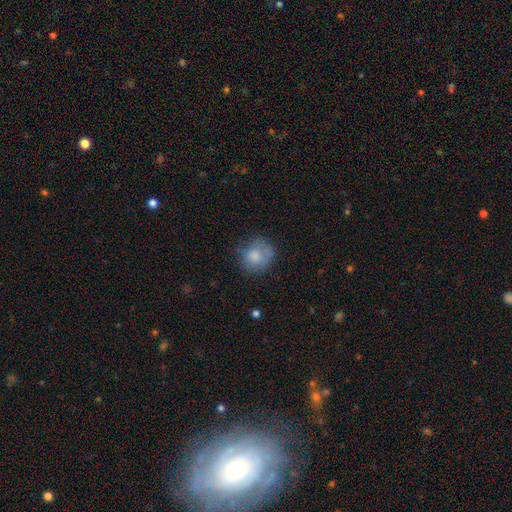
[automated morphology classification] smooth-or-featured: smooth: 75% | featured or disk: 16% | star or artifact: 8%
  how-rounded: round: 79% | in between: 20% | cigar-shaped: 1%
  merging: none: 58% | minor disturbance: 26% | major disturbance: 13% | merger: 3%